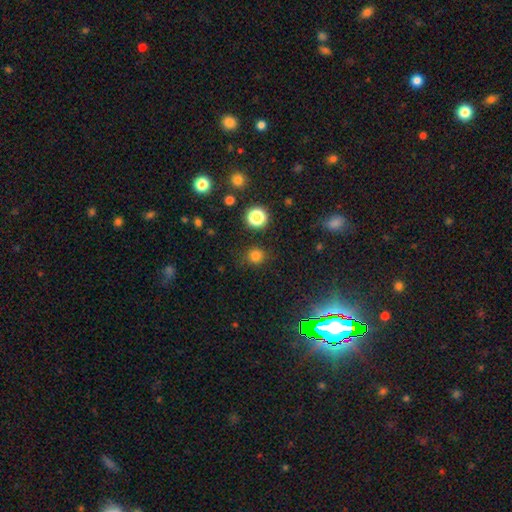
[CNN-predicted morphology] This is likely a smooth galaxy (77%). How rounded: clearly round (91%). Merging: clearly none (86%).